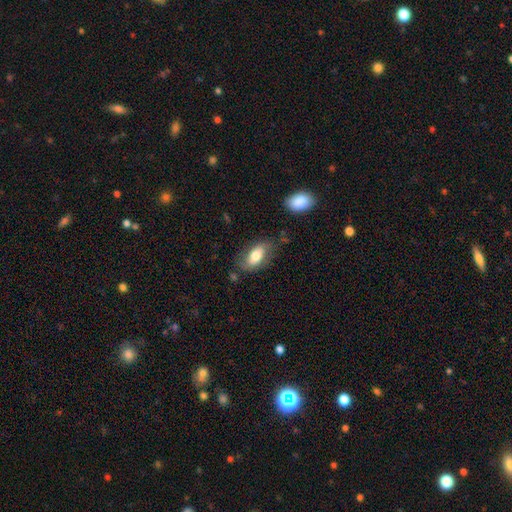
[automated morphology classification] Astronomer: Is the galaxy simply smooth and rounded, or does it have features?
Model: smooth — 72%.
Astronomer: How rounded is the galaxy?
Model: in between — 90%.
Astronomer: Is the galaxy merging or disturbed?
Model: none — 66%.